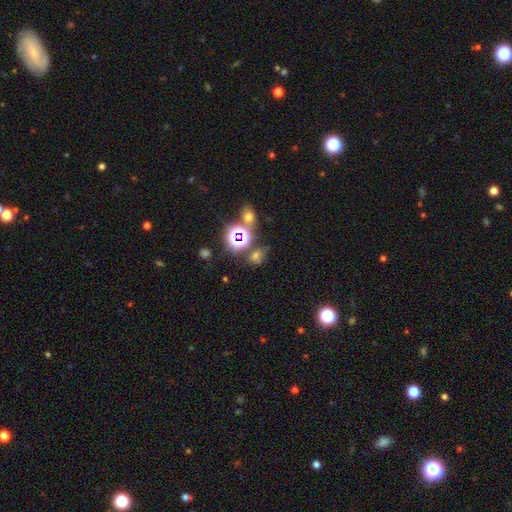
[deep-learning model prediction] This is possibly a star or artifact rather than a galaxy (47%).